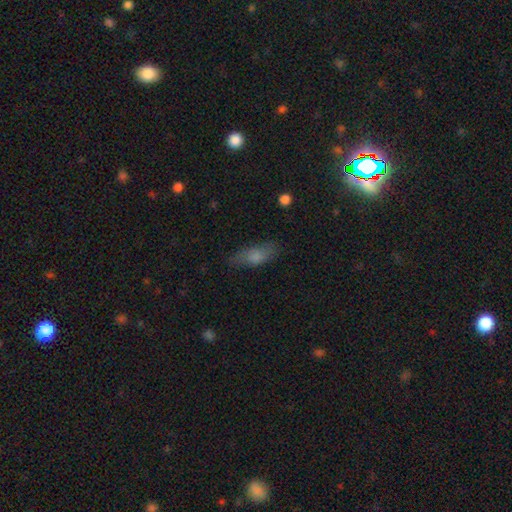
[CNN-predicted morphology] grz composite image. It shows a smooth galaxy with no disk features (76%) that is in between round and cigar-shaped (70%). Merging: none (74%).